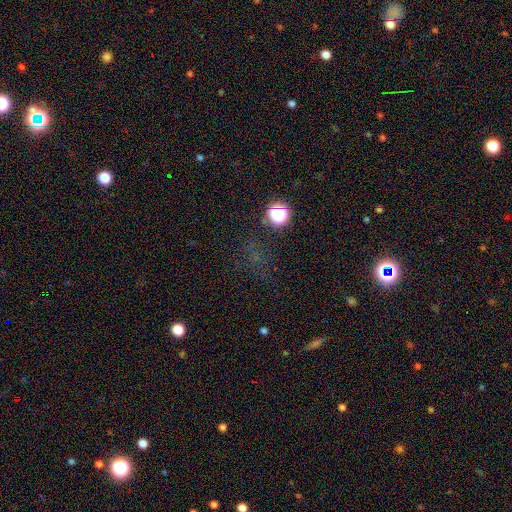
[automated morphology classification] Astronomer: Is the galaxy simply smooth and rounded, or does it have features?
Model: star or artifact — 56% (runner-up: smooth, 33%).